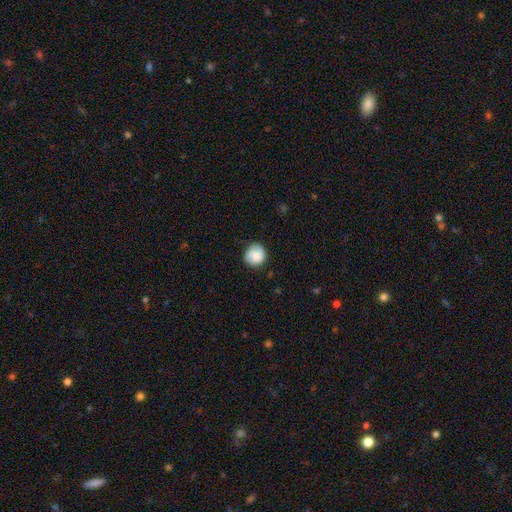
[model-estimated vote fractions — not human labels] This is likely a smooth galaxy (73%). How rounded: clearly round (88%). Merging: likely none (75%).